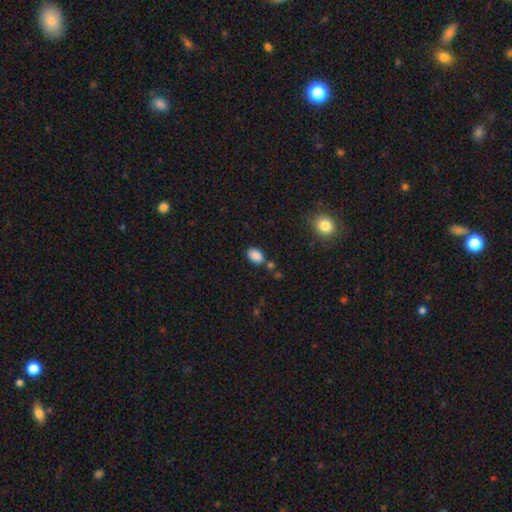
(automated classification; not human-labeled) smooth_or_featured: smooth (p=0.87) [alt: star or artifact p=0.09]
how_rounded: in between (p=0.89) [alt: round p=0.10]
merging: none (p=0.74) [alt: minor disturbance p=0.14]